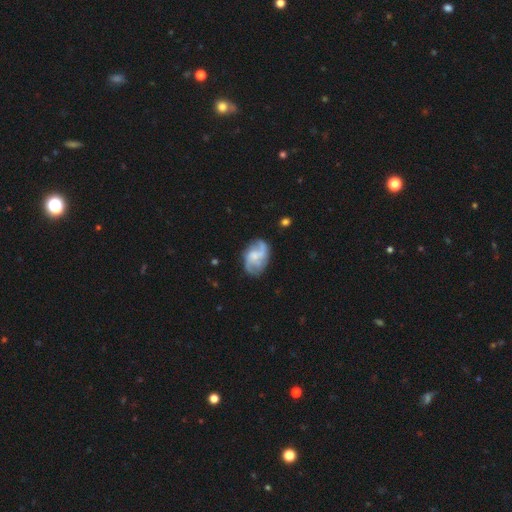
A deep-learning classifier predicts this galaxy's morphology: Overall: featured or disk (73%). Edge-on disk: no (97%). Bar: no (55%; weak 37%). Spiral arms: yes (88%). Spiral arm count: 2 (51%; 3 20%). Spiral winding: loose (48%; medium 38%). Bulge size: small (35%; moderate 31%). Merging: none (62%).